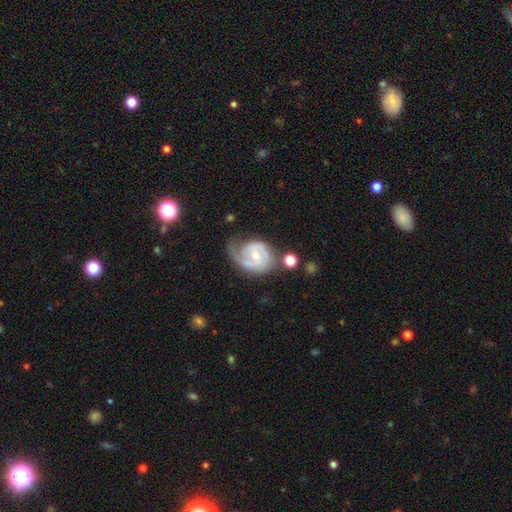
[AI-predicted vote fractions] Smooth or featured? Predicted: featured or disk (p=0.82). Edge-on disk? Predicted: no (p=0.97). Bar? Predicted: no (p=0.56). Spiral arms? Predicted: yes (p=0.94). Spiral winding? Predicted: tight (p=0.43). Spiral arm count? Predicted: 2 (p=0.52). Bulge size? Predicted: moderate (p=0.49). Merging? Predicted: none (p=0.49).